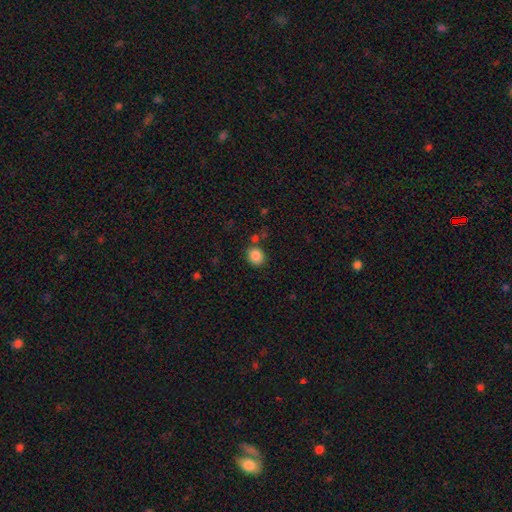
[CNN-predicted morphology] A smooth galaxy with no disk features (87%) that is round (69%).

Vote fractions:
- Smooth or featured? smooth: 87% / star or artifact: 9% / featured or disk: 4%
- How rounded? round: 69% / in between: 30% / cigar-shaped: 1%
- Merging? none: 77% / minor disturbance: 11% / merger: 8% / major disturbance: 4%